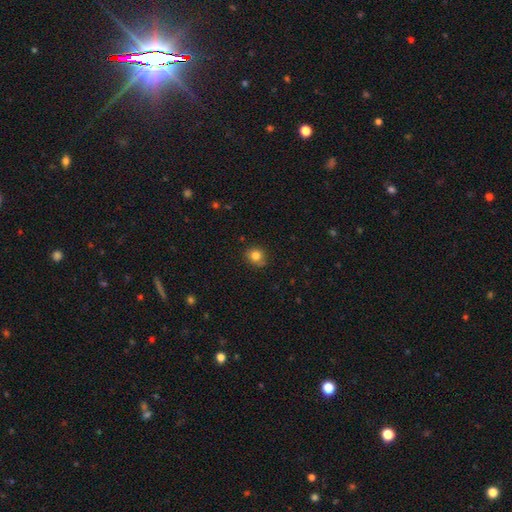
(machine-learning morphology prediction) Smooth or featured? smooth (82%)
How rounded? round (82%)
Merging? none (80%)